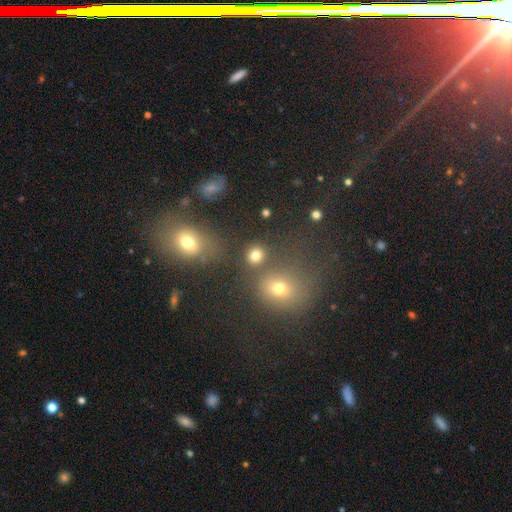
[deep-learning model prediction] This appears to be a smooth galaxy with no disk features (77%) that is round (78%). Merging: none (76%).